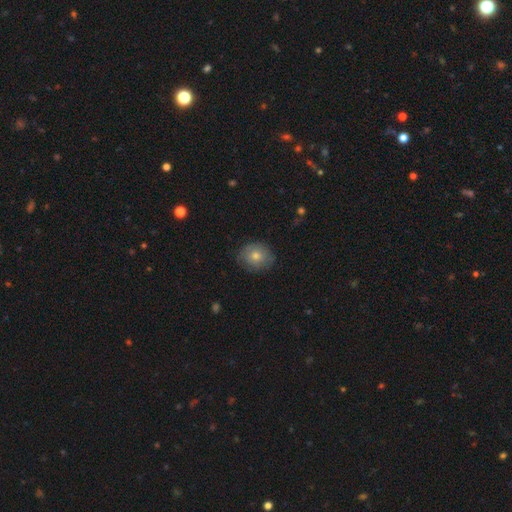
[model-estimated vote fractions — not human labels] Morphology: type=smooth (66%); roundness=round (71%); merging=none (82%).